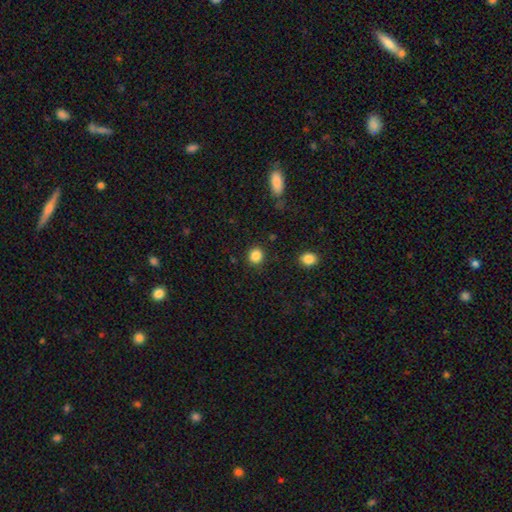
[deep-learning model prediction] This is clearly a smooth galaxy (86%). How rounded: clearly round (84%). Merging: clearly none (89%).